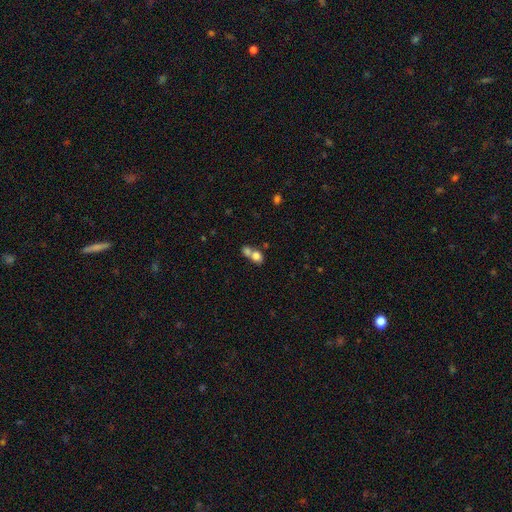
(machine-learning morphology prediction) Q: Smooth or featured?
A: smooth (76%); runner-up: featured or disk (14%)
Q: How rounded?
A: in between (54%); runner-up: round (44%)
Q: Merging?
A: merger (65%); runner-up: none (24%)